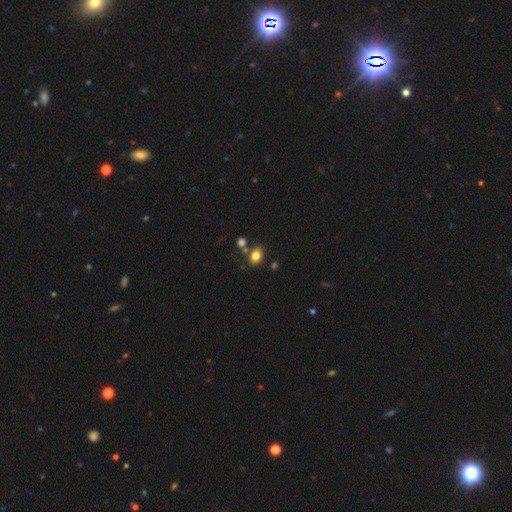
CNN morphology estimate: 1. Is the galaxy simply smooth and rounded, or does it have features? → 81% smooth, 12% star or artifact, 7% featured or disk.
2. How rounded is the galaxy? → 69% in between, 30% round, 1% cigar-shaped.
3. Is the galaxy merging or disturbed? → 72% none, 13% merger, 12% minor disturbance, 3% major disturbance.